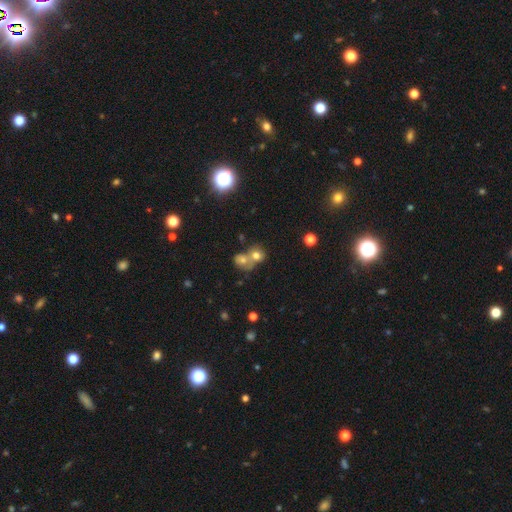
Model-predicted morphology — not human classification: Overall: smooth (69%). How rounded: round (75%). Merging: merger (60%; none 30%).